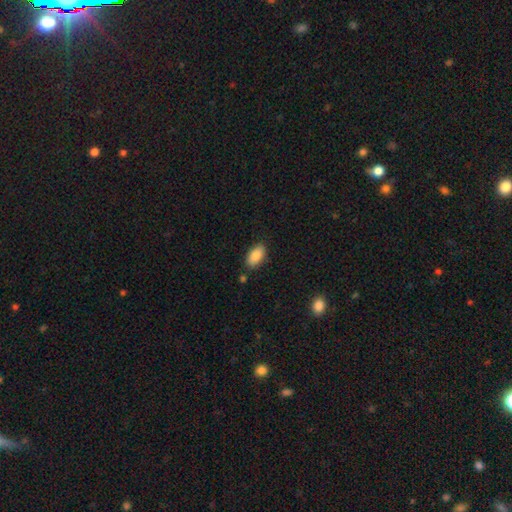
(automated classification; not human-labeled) This appears to be a smooth galaxy with no disk features (88%) that is in between round and cigar-shaped (93%). Merging: none (82%).